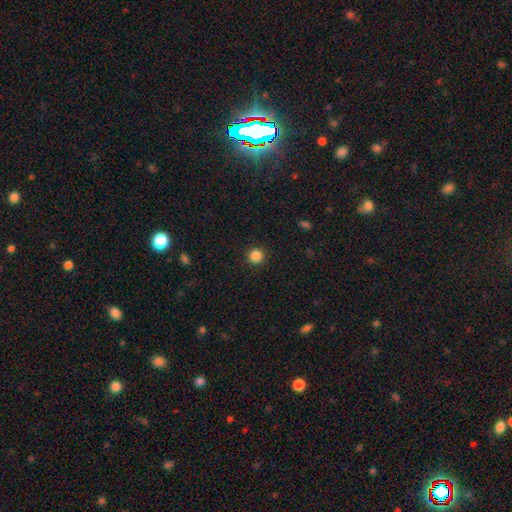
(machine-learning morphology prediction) smooth 86%, star or artifact 11%, featured or disk 3%. Down the decision tree: how rounded — round (94%); merging — none (92%).